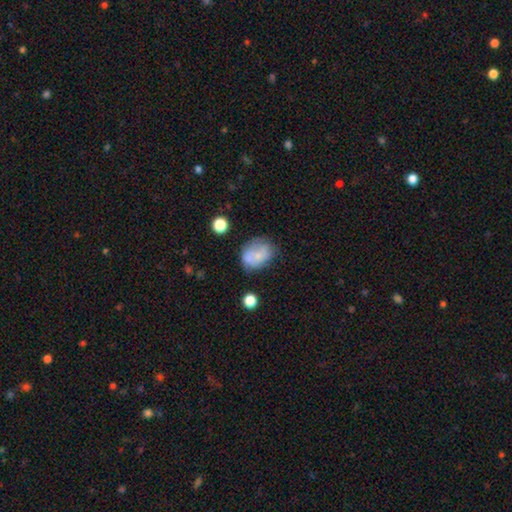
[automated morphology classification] Smooth or featured: smooth — 59% (featured or disk — 32%)
How rounded: in between — 56% (round — 43%)
Merging: none — 45% (minor disturbance — 26%)